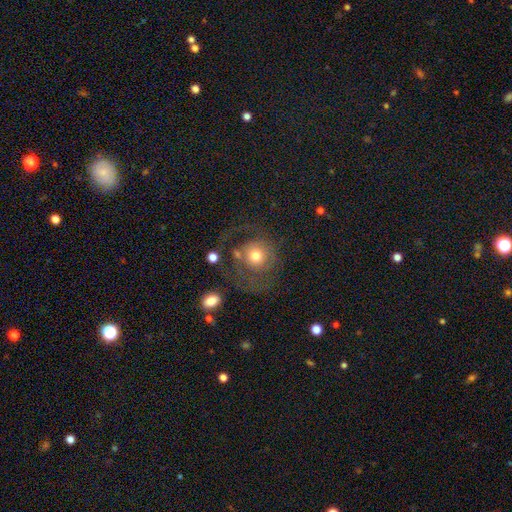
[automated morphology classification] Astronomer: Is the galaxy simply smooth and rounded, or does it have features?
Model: smooth — 55% (runner-up: featured or disk, 35%).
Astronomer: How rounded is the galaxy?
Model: round — 87%.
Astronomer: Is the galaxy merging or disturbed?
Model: none — 43% (runner-up: major disturbance, 33%).